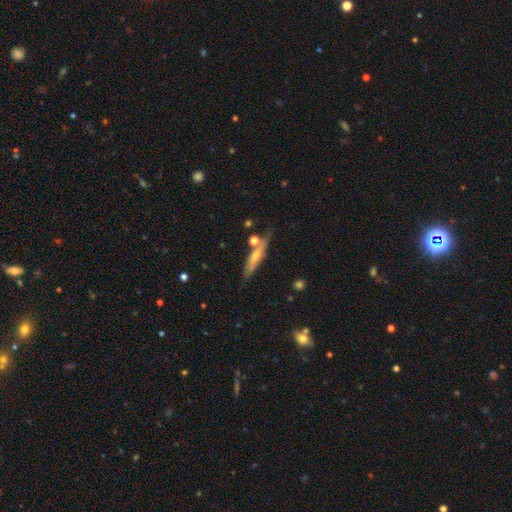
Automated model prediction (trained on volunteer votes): Q: Smooth or featured?
A: smooth (54%); runner-up: featured or disk (39%)
Q: How rounded?
A: cigar-shaped (80%); runner-up: in between (17%)
Q: Merging?
A: none (61%); runner-up: minor disturbance (20%)